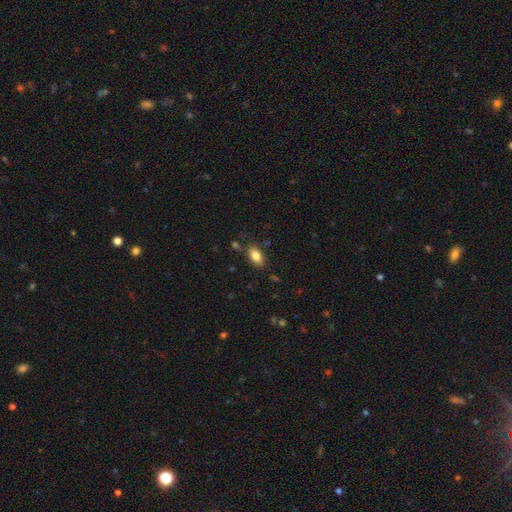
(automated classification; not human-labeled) Smooth or featured? smooth (81%)
How rounded? in between (89%)
Merging? none (75%)